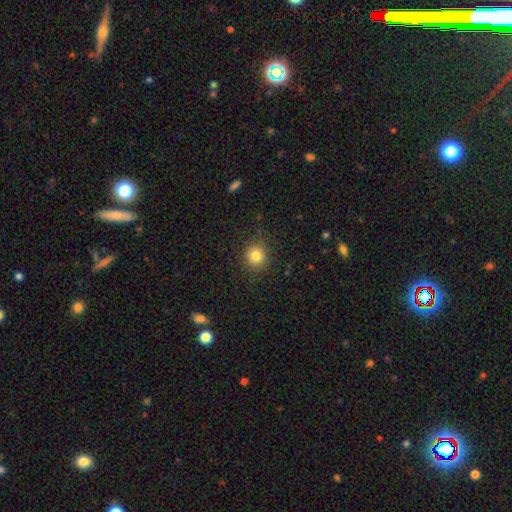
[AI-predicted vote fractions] This appears to be a smooth galaxy with no disk features (82%) that is round (88%). Merging: none (86%).